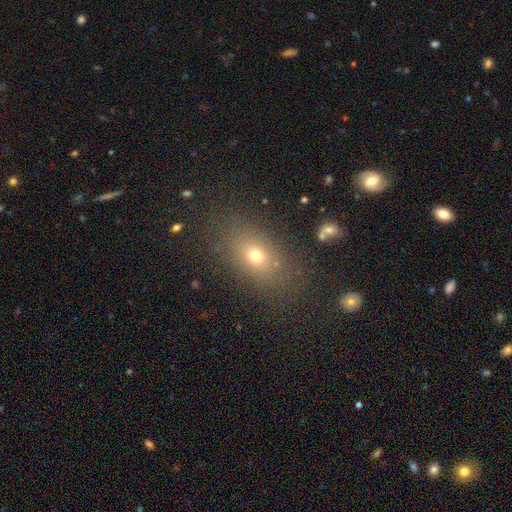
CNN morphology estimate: smooth-or-featured: smooth: 67% | star or artifact: 18% | featured or disk: 14%
  how-rounded: in between: 75% | round: 21% | cigar-shaped: 4%
  merging: none: 82% | minor disturbance: 11% | major disturbance: 5% | merger: 2%